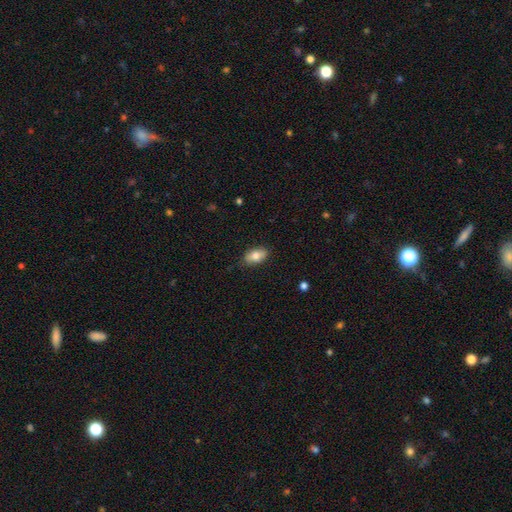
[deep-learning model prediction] Smooth or featured?
  - smooth: 78% *
  - featured or disk: 15%
  - star or artifact: 7%
How rounded?
  - in between: 90% *
  - round: 6%
  - cigar-shaped: 4%
Merging?
  - none: 84% *
  - minor disturbance: 13%
  - major disturbance: 2%
  - merger: 1%